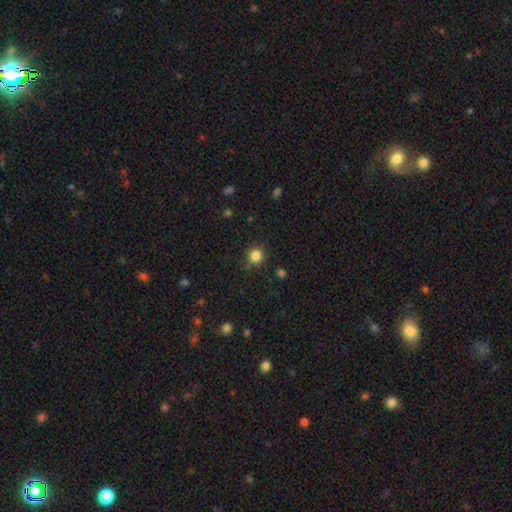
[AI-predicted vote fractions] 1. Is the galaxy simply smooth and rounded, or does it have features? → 84% smooth, 11% star or artifact, 4% featured or disk.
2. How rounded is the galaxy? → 89% round, 10% in between, 1% cigar-shaped.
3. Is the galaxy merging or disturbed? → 84% none, 11% minor disturbance, 3% major disturbance, 2% merger.